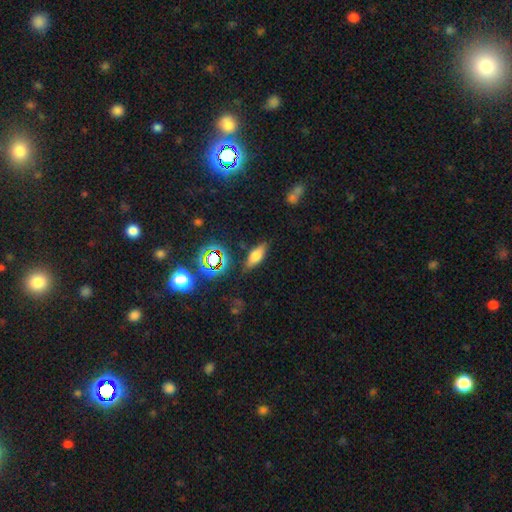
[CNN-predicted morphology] A smooth galaxy with no disk features (63%) that is in between round and cigar-shaped (68%). Merging: none (80%).